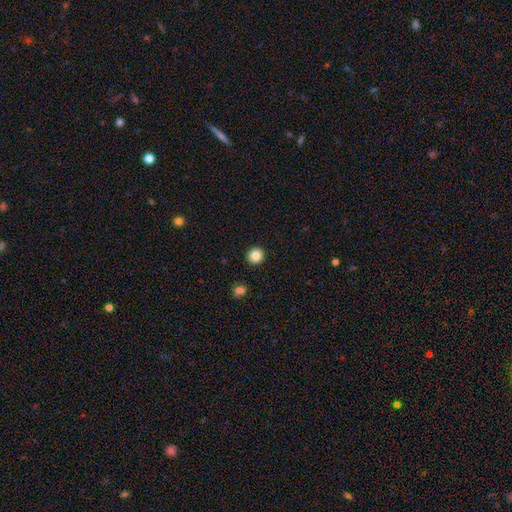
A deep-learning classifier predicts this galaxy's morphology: A smooth galaxy with no disk features (85%) that is round (91%). Merging: none (92%).